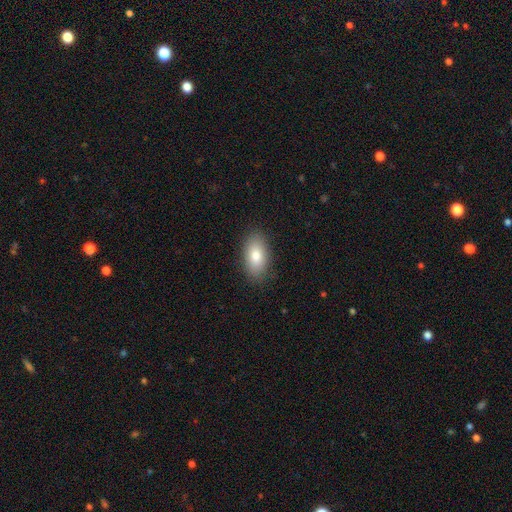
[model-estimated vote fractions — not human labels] smooth 81%, featured or disk 11%, star or artifact 7%. Down the decision tree: how rounded — in between (92%); merging — none (88%).